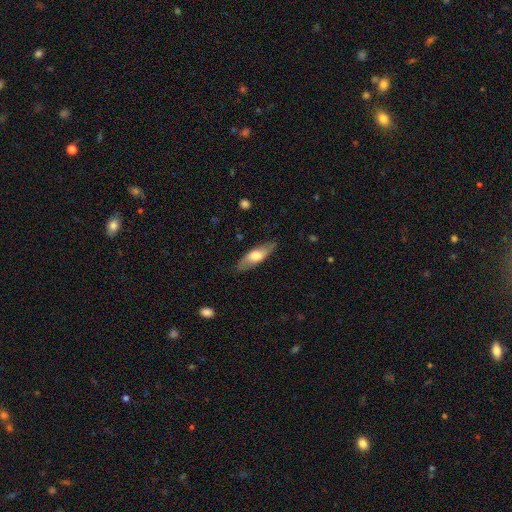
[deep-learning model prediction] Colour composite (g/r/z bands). It shows a smooth galaxy with no disk features (57%) that is in between round and cigar-shaped (53%). Merging: none (84%).